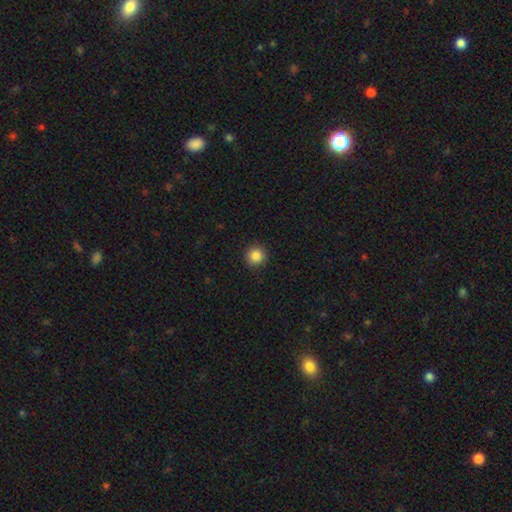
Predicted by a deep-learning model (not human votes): A smooth galaxy with no disk features (86%) that is round (95%). Merging: none (92%).